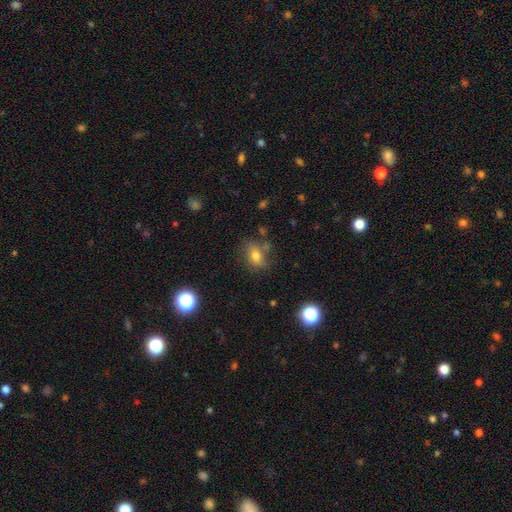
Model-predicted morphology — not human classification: A smooth galaxy with no disk features (71%) that is in between round and cigar-shaped (63%). Merging: none (66%).